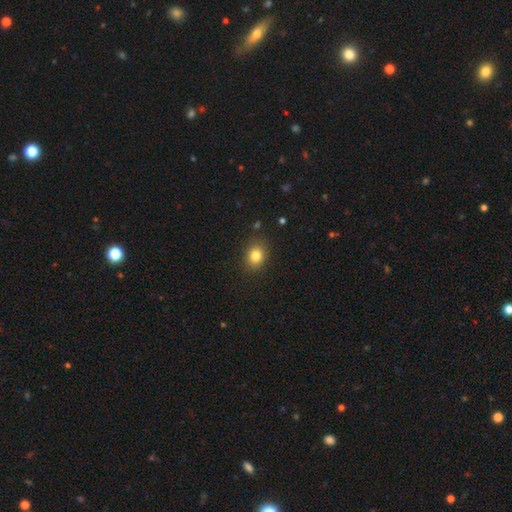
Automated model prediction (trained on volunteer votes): Smooth or featured? Predicted: smooth (p=0.82). How rounded? Predicted: round (p=0.51). Merging? Predicted: none (p=0.86).